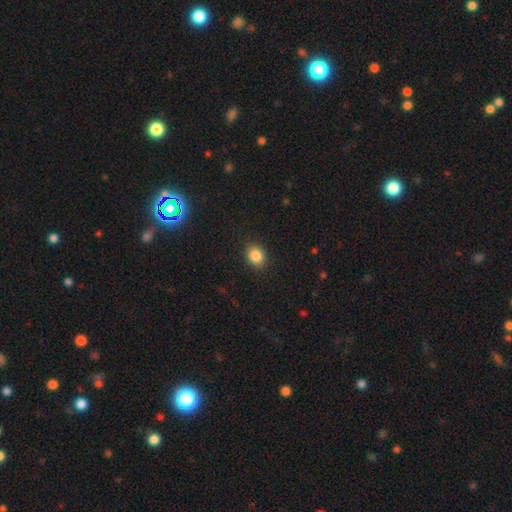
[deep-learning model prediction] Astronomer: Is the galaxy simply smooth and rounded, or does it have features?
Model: smooth — 86%.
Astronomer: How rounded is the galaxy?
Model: in between — 50% (runner-up: round, 49%).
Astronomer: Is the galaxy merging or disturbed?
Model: none — 88%.